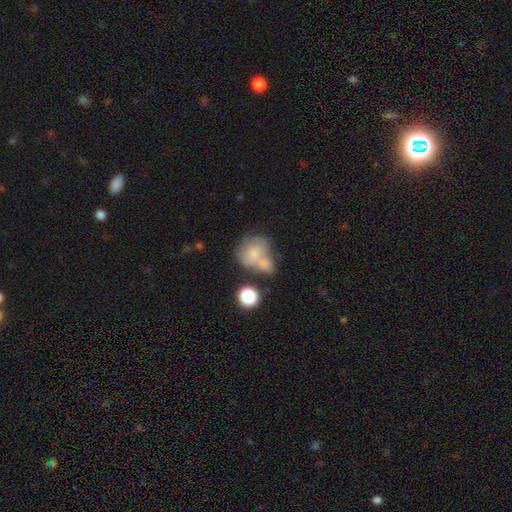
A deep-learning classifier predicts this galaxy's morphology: A smooth galaxy with no disk features (64%) that is round (66%). Merging: merger (49%).